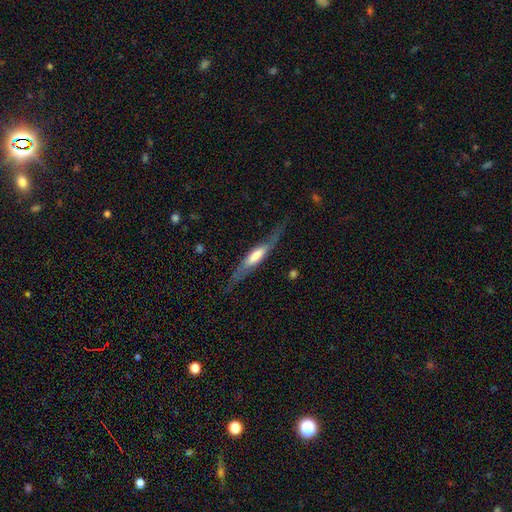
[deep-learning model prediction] Morphology: type=featured or disk (60%); edge-on=yes (82%); merging=none (73%).